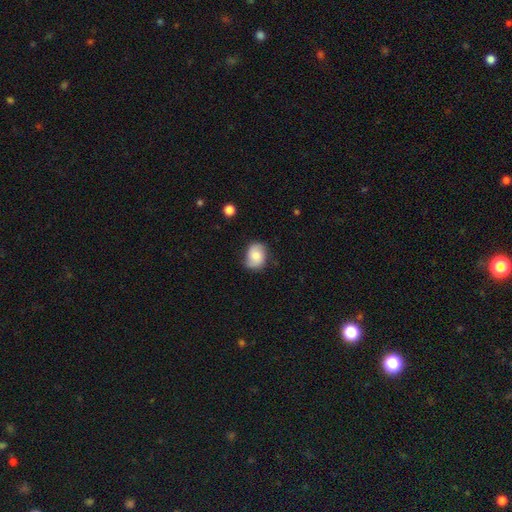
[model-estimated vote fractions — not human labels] smooth_or_featured: smooth (p=0.63) [alt: featured or disk p=0.29]
how_rounded: in between (p=0.54) [alt: round p=0.45]
merging: none (p=0.68) [alt: minor disturbance p=0.25]